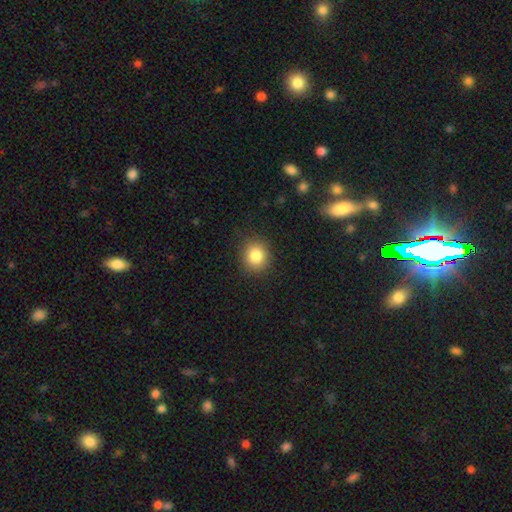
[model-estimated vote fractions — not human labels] Smooth or featured: smooth — 83% (star or artifact — 11%)
How rounded: round — 83% (in between — 16%)
Merging: none — 89% (minor disturbance — 7%)